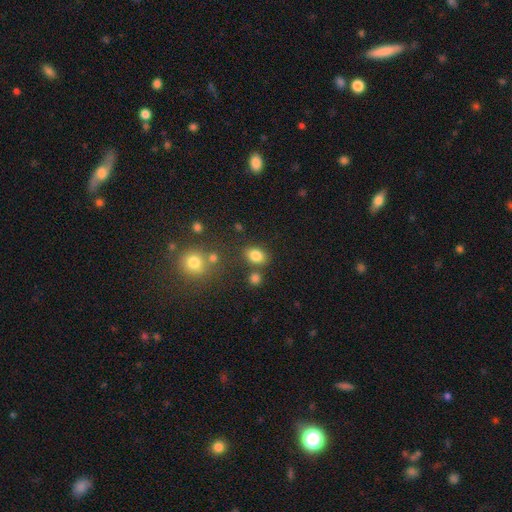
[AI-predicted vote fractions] Smooth or featured? smooth (82%)
How rounded? in between (69%)
Merging? none (74%)